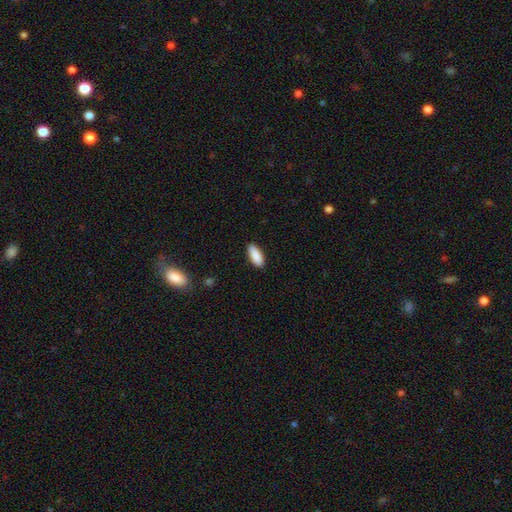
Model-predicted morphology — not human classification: A smooth galaxy with no disk features (90%) that is in between round and cigar-shaped (78%).

Vote fractions:
- Smooth or featured? smooth: 90% / star or artifact: 6% / featured or disk: 4%
- How rounded? in between: 78% / cigar-shaped: 20% / round: 2%
- Merging? none: 88% / minor disturbance: 9% / major disturbance: 2% / merger: 1%